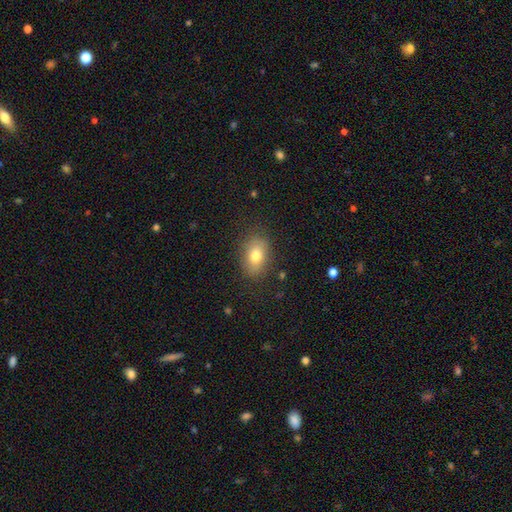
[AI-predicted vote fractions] smooth_or_featured: smooth (p=0.77) [alt: featured or disk p=0.13]
how_rounded: in between (p=0.79) [alt: round p=0.19]
merging: none (p=0.82) [alt: minor disturbance p=0.13]